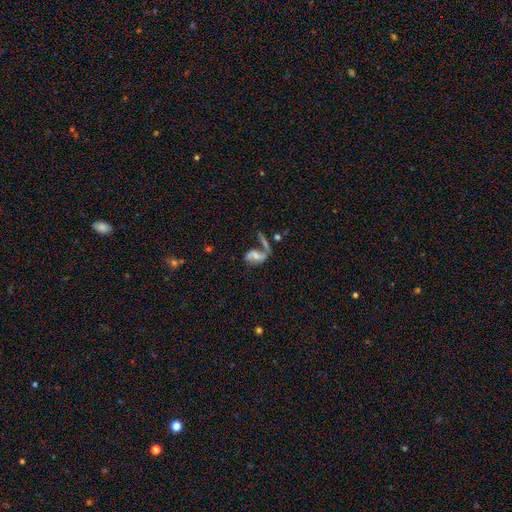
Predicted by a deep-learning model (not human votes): smooth_or_featured: featured or disk (p=0.65) [alt: smooth p=0.25]
disk_edge_on: no (p=0.94) [alt: yes p=0.06]
bar: no (p=0.48) [alt: weak p=0.34]
has_spiral_arms: yes (p=0.79) [alt: no p=0.21]
bulge_size: small (p=0.39) [alt: moderate p=0.37]
merging: none (p=0.32) [alt: merger p=0.27]